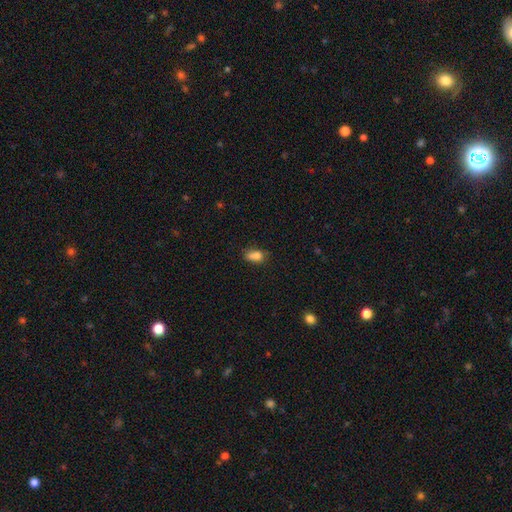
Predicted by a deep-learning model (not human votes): Morphology: type=smooth (77%); roundness=in between (77%); merging=none (47%).